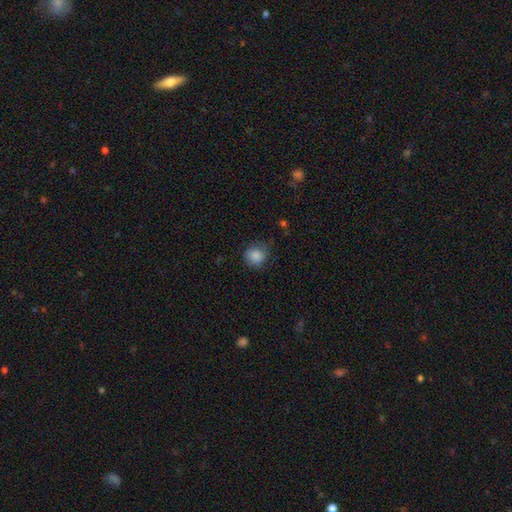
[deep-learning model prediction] smooth-or-featured: smooth: 86% | star or artifact: 9% | featured or disk: 5%
  how-rounded: round: 83% | in between: 16% | cigar-shaped: 1%
  merging: none: 70% | minor disturbance: 22% | major disturbance: 6% | merger: 1%